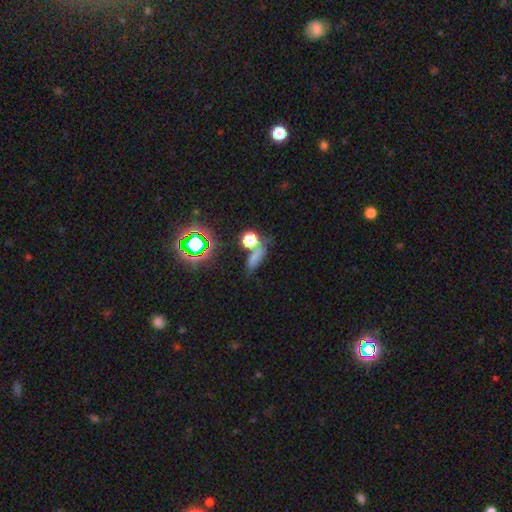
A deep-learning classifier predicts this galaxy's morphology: Smooth or featured? smooth (65%)
How rounded? in between (40%)
Merging? none (55%)